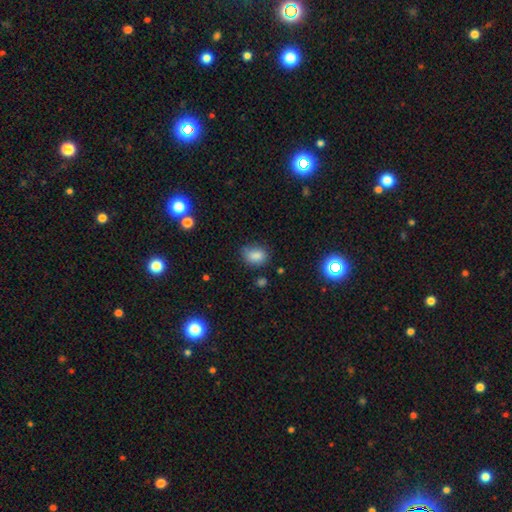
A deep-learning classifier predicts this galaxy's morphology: Smooth or featured?
  - smooth: 82% *
  - star or artifact: 12%
  - featured or disk: 6%
How rounded?
  - in between: 62% *
  - round: 36%
  - cigar-shaped: 1%
Merging?
  - none: 69% *
  - minor disturbance: 23%
  - major disturbance: 5%
  - merger: 3%